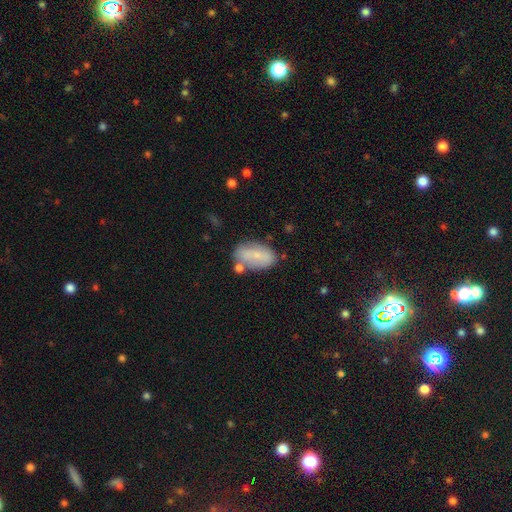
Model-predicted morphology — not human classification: This is likely a smooth galaxy (71%). How rounded: clearly in between (91%). Merging: likely none (63%).